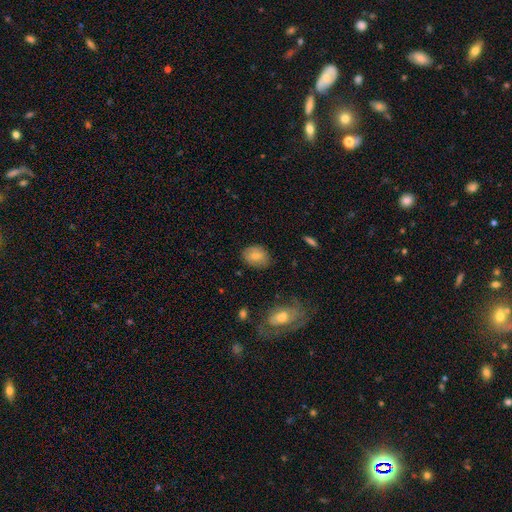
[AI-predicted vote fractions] A smooth galaxy with no disk features (72%) that is in between round and cigar-shaped (69%).

Vote fractions:
- Smooth or featured? smooth: 72% / featured or disk: 19% / star or artifact: 9%
- How rounded? in between: 69% / round: 30% / cigar-shaped: 1%
- Merging? none: 80% / minor disturbance: 14% / major disturbance: 4% / merger: 2%